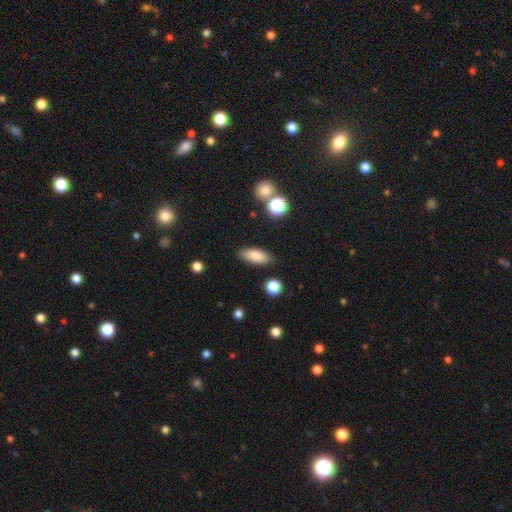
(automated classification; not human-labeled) This is clearly a smooth galaxy (81%). How rounded: likely in between (73%). Merging: clearly none (86%).